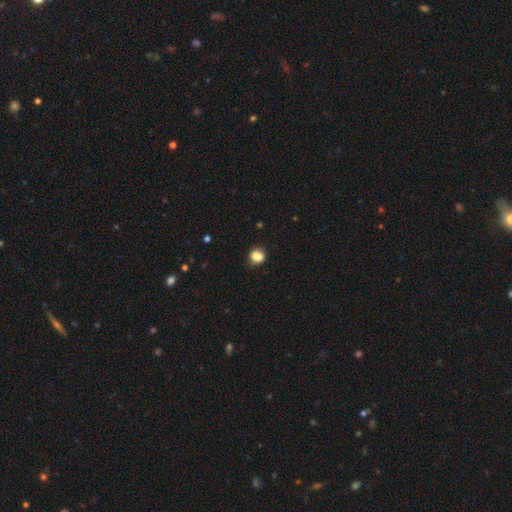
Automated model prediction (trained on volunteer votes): Morphology: type=smooth (80%); roundness=round (63%); merging=none (59%).